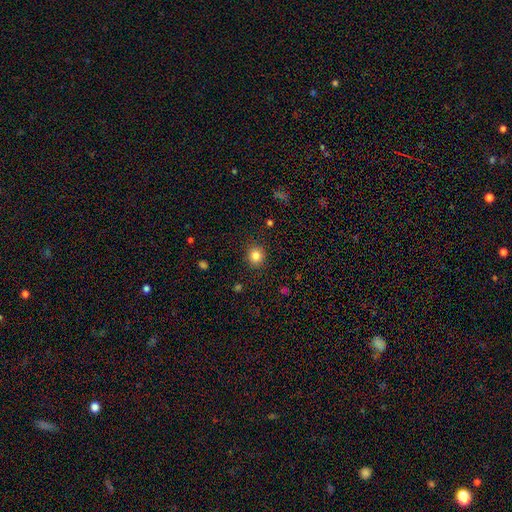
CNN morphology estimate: Smooth or featured?
  - smooth: 84% *
  - star or artifact: 11%
  - featured or disk: 5%
How rounded?
  - round: 84% *
  - in between: 15%
  - cigar-shaped: 1%
Merging?
  - none: 90% *
  - minor disturbance: 7%
  - major disturbance: 2%
  - merger: 1%